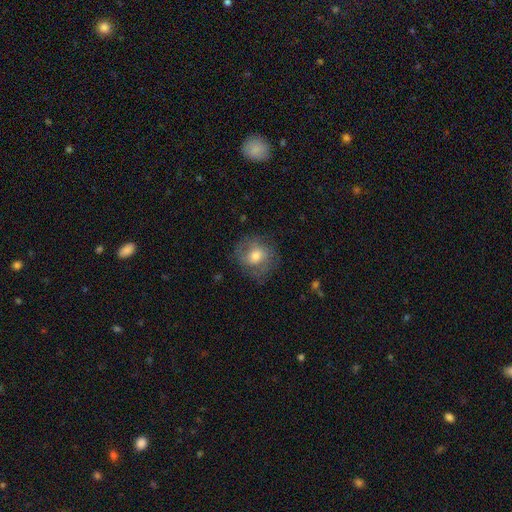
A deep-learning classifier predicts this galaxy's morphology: type=smooth (52%); roundness=round (80%); merging=none (71%).